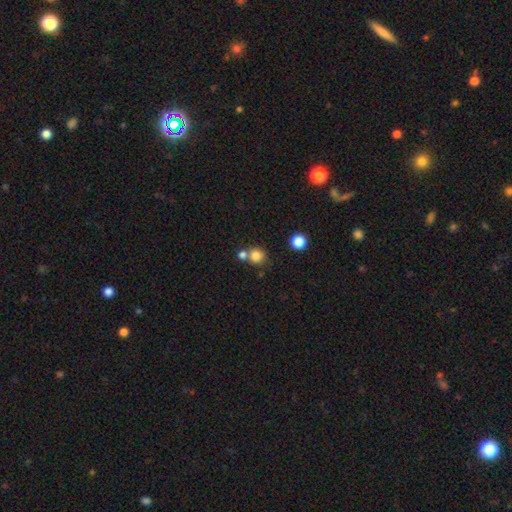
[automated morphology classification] A smooth galaxy with no disk features (81%) that is round (89%).

Vote fractions:
- Smooth or featured? smooth: 81% / star or artifact: 12% / featured or disk: 7%
- How rounded? round: 89% / in between: 10% / cigar-shaped: 1%
- Merging? none: 60% / merger: 30% / minor disturbance: 7% / major disturbance: 3%